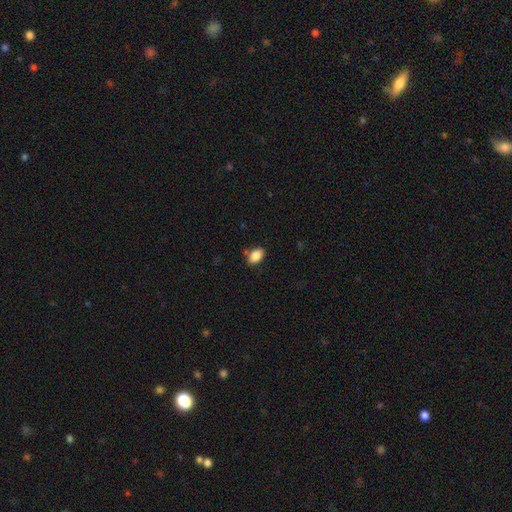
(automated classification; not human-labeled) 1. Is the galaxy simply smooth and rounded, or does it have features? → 87% smooth, 8% star or artifact, 5% featured or disk.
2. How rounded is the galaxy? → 87% in between, 12% round, 1% cigar-shaped.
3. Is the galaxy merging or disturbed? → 79% none, 14% minor disturbance, 5% merger, 3% major disturbance.